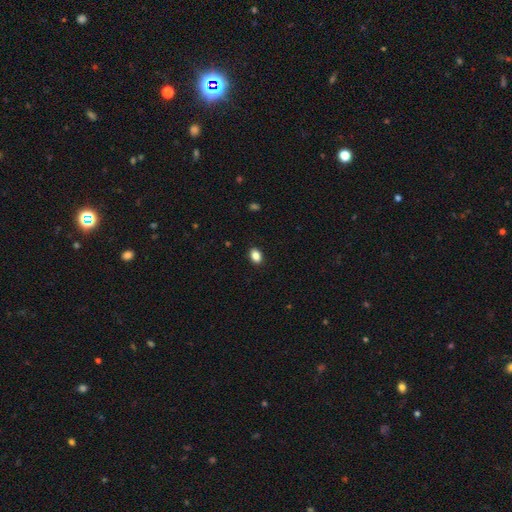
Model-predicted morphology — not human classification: smooth-or-featured: smooth: 87% | star or artifact: 9% | featured or disk: 4%
  how-rounded: in between: 76% | round: 23% | cigar-shaped: 1%
  merging: none: 90% | minor disturbance: 7% | major disturbance: 2% | merger: 1%